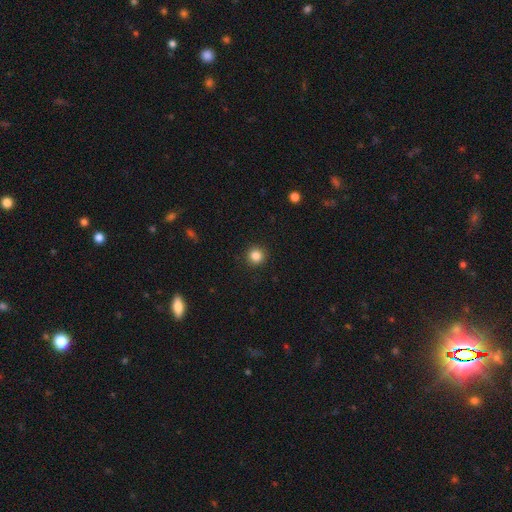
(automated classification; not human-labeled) This is clearly a smooth galaxy (85%). How rounded: clearly round (95%). Merging: clearly none (92%).